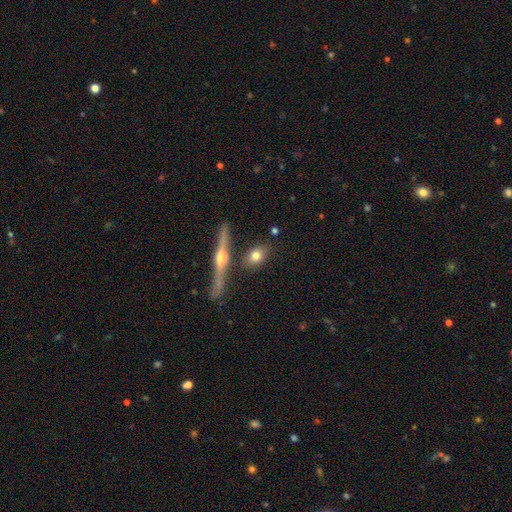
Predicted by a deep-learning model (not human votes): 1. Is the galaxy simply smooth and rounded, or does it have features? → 67% smooth, 25% featured or disk, 9% star or artifact.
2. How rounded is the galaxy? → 57% in between, 32% round, 11% cigar-shaped.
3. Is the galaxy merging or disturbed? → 76% none, 11% minor disturbance, 9% merger, 3% major disturbance.